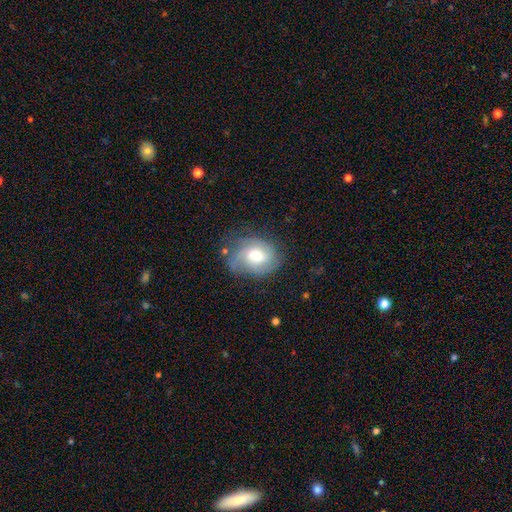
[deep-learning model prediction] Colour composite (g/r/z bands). It shows a featured or disk galaxy (61%) with no bar (62%), tight (45%) spiral arms (86%) and a moderate central bulge (52%). Merging: none (59%).